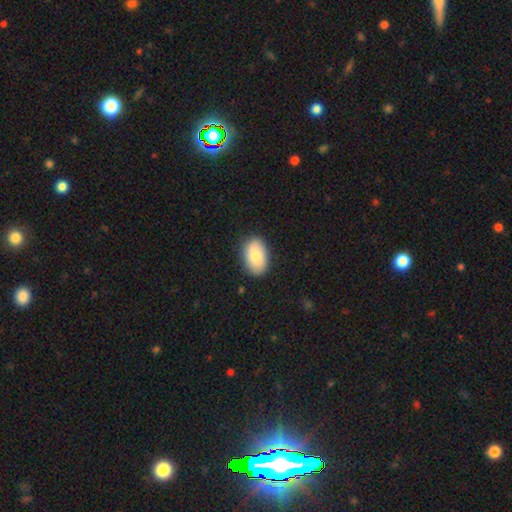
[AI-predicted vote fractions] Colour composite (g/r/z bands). It shows a smooth galaxy with no disk features (84%) that is in between round and cigar-shaped (92%). Merging: none (86%).